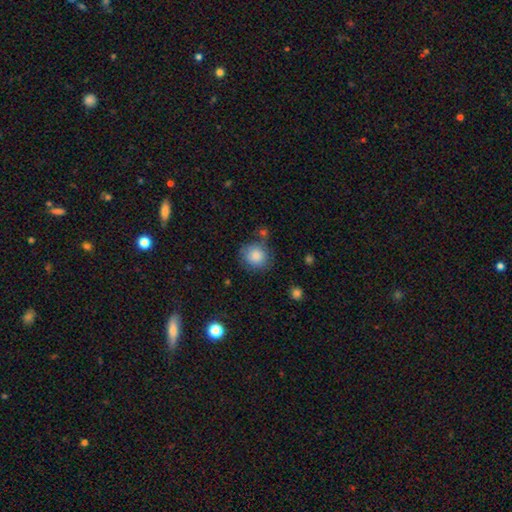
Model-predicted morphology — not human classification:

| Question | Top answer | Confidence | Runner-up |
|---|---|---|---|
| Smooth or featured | smooth | 85% | star or artifact (8%) |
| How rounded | round | 86% | in between (13%) |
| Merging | none | 71% | minor disturbance (17%) |